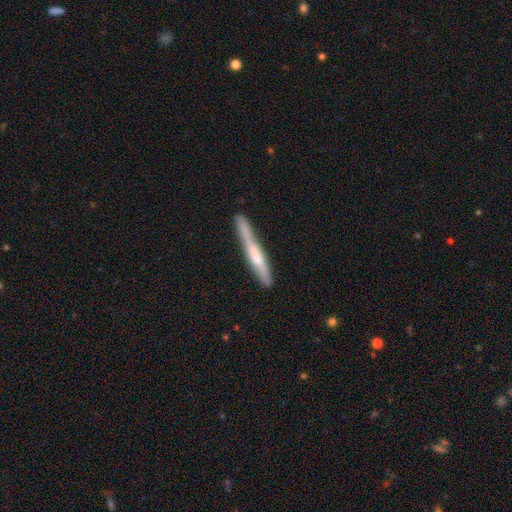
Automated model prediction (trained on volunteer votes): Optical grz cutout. It shows a smooth galaxy with no disk features (49%). Merging: none (67%).